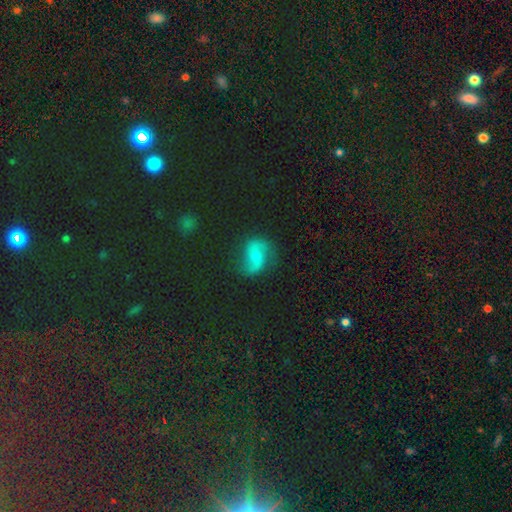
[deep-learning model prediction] Overall: featured or disk (63%). Edge-on disk: no (97%). Bar: no (45%; weak 40%). Spiral arms: yes (92%). Spiral arm count: 2 (91%). Spiral winding: loose (60%; medium 31%). Bulge size: small (46%; moderate 43%). Merging: none (72%).